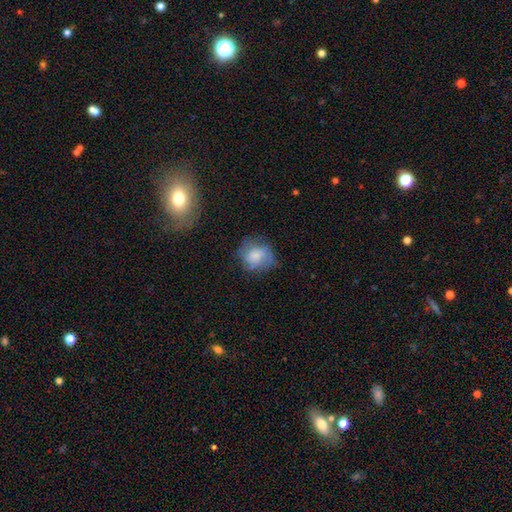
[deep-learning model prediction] Morphology: type=smooth (61%); roundness=round (75%); merging=none (59%).